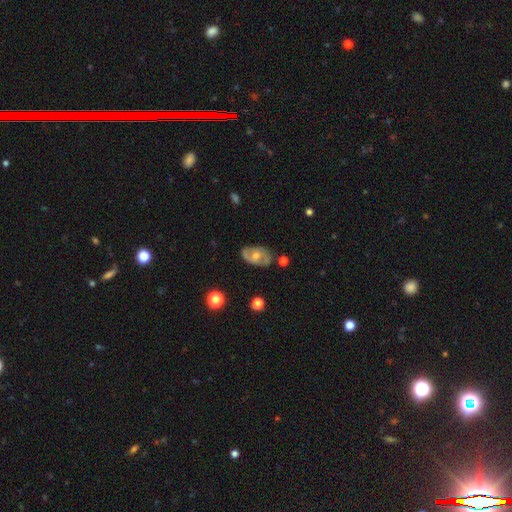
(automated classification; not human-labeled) The model was most divided on "bulge size": moderate: 63%, small: 30%, large: 4%, none: 2%, dominant: 1%. More confident: edge-on disk — no (94%); merging — none (75%); spiral arms — yes (69%); smooth or featured — featured or disk (67%); bar — no (63%).